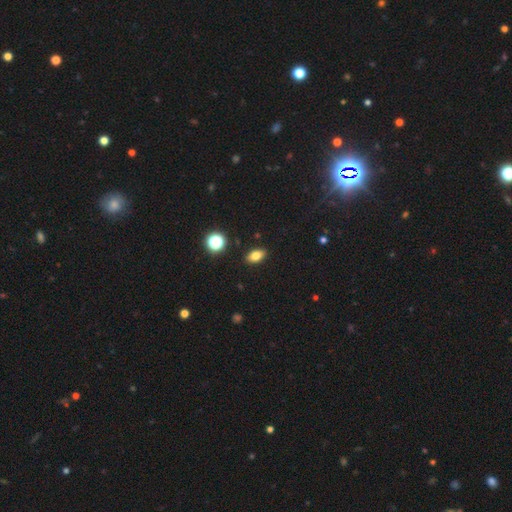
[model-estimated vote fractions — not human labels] smooth_or_featured: smooth (p=0.79) [alt: star or artifact p=0.12]
how_rounded: in between (p=0.87) [alt: round p=0.10]
merging: none (p=0.89) [alt: minor disturbance p=0.08]